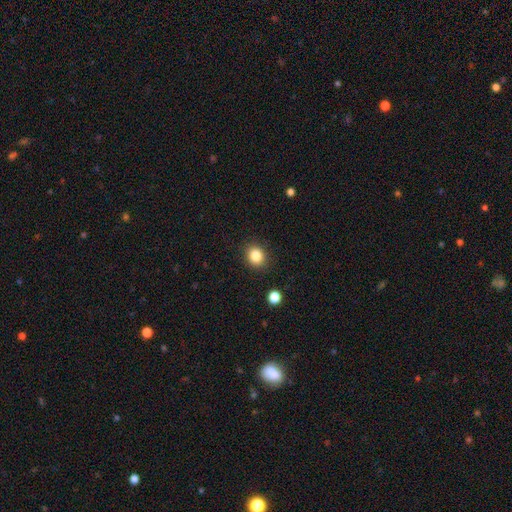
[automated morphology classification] Smooth or featured? Predicted: smooth (p=0.84). How rounded? Predicted: round (p=0.74). Merging? Predicted: none (p=0.89).